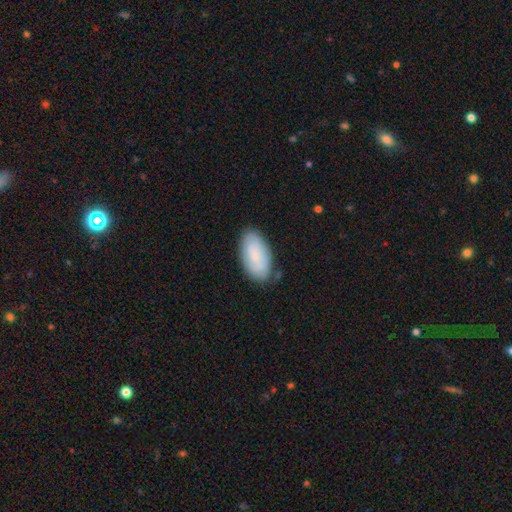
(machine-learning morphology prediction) The model was most divided on "merging": none: 79%, minor disturbance: 16%, major disturbance: 3%, merger: 2%. More confident: how rounded — in between (95%); smooth or featured — smooth (80%).